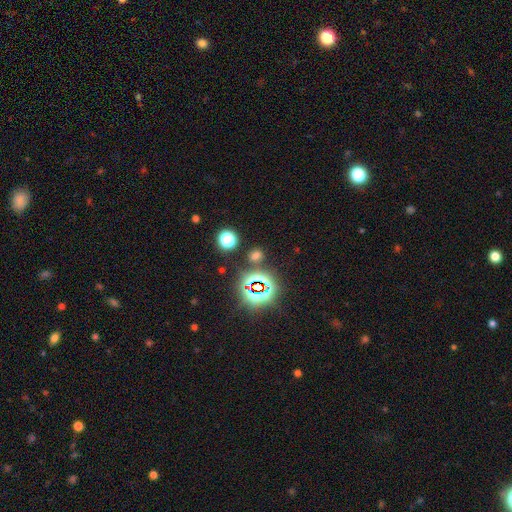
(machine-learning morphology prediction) Smooth or featured? Predicted: smooth (p=0.51). How rounded? Predicted: round (p=0.70). Merging? Predicted: none (p=0.79).